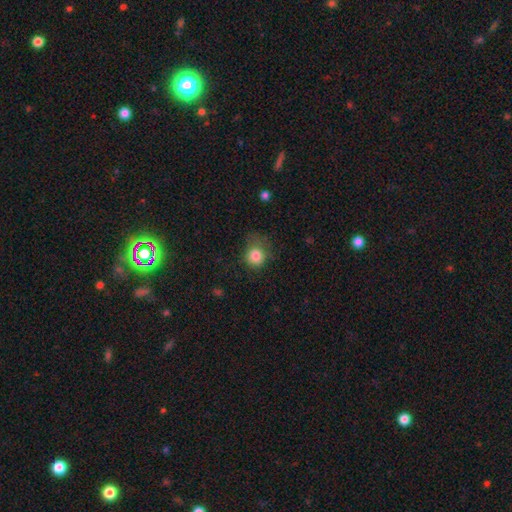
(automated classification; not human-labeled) A smooth galaxy with no disk features (83%) that is round (81%).

Vote fractions:
- Smooth or featured? smooth: 83% / star or artifact: 10% / featured or disk: 7%
- How rounded? round: 81% / in between: 18% / cigar-shaped: 1%
- Merging? none: 52% / minor disturbance: 29% / major disturbance: 17% / merger: 2%